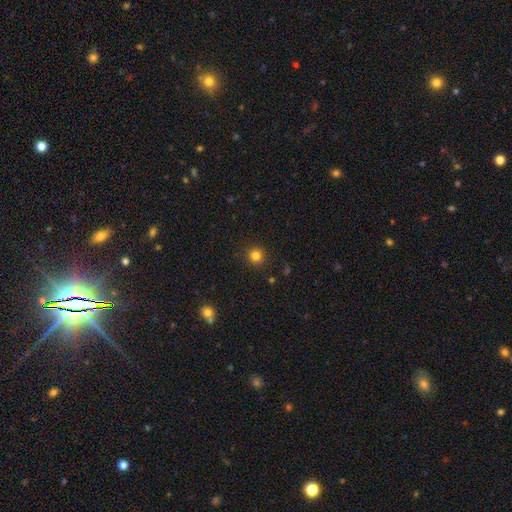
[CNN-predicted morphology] A smooth galaxy with no disk features (82%) that is round (95%). Merging: none (92%).